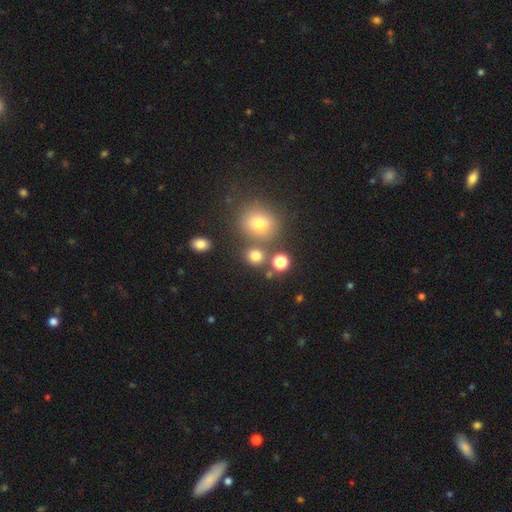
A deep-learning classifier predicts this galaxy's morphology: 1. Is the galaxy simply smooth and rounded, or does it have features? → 76% smooth, 17% star or artifact, 8% featured or disk.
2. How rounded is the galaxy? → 81% round, 18% in between, 1% cigar-shaped.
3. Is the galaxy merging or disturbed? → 70% none, 17% merger, 9% minor disturbance, 4% major disturbance.